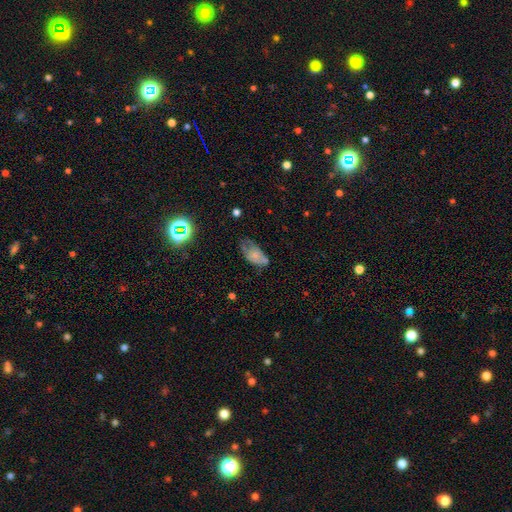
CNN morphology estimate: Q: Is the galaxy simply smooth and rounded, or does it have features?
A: smooth — 64%.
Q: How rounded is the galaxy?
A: in between — 91%.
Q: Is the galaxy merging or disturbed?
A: none — 36%.